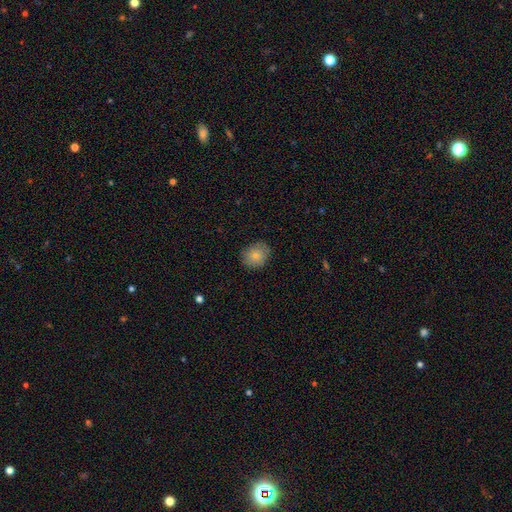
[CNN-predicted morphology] A smooth galaxy with no disk features (80%) that is round (73%). Merging: none (83%).